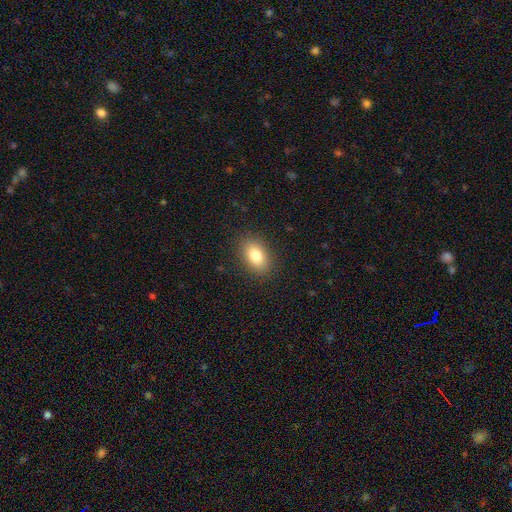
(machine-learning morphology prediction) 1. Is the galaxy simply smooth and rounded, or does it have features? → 82% smooth, 9% featured or disk, 9% star or artifact.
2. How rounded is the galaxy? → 86% in between, 12% round, 2% cigar-shaped.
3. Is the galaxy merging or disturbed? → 87% none, 9% minor disturbance, 3% major disturbance, 1% merger.